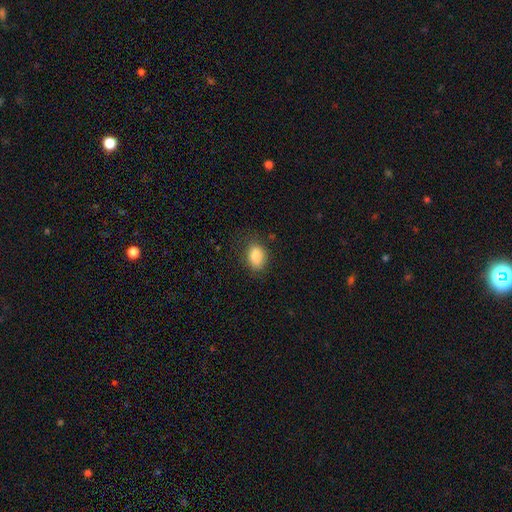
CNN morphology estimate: A smooth galaxy with no disk features (87%) that is in between round and cigar-shaped (82%).

Vote fractions:
- Smooth or featured? smooth: 87% / star or artifact: 8% / featured or disk: 5%
- How rounded? in between: 82% / round: 17% / cigar-shaped: 1%
- Merging? none: 76% / minor disturbance: 18% / major disturbance: 5% / merger: 1%